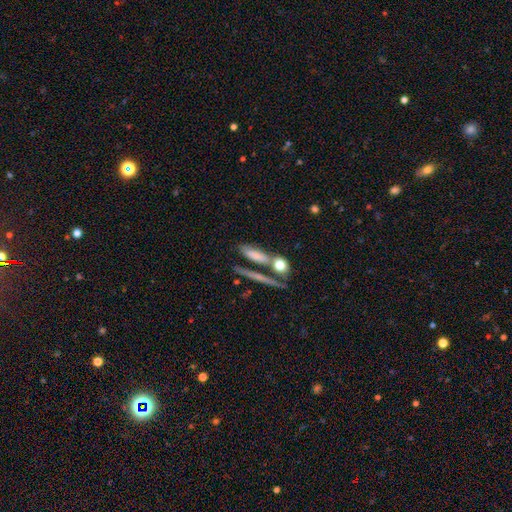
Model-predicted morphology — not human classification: A smooth galaxy with no disk features (67%) that is cigar-shaped (52%).

Vote fractions:
- Smooth or featured? smooth: 67% / featured or disk: 25% / star or artifact: 8%
- How rounded? cigar-shaped: 52% / in between: 36% / round: 11%
- Merging? none: 52% / merger: 28% / minor disturbance: 14% / major disturbance: 7%